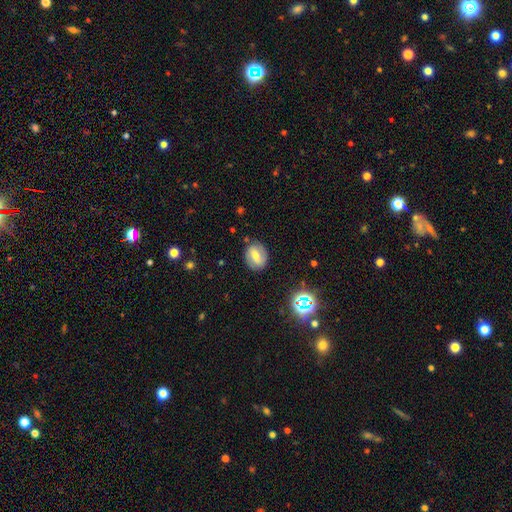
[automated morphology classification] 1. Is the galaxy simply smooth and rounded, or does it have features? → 48% featured or disk, 41% smooth, 11% star or artifact.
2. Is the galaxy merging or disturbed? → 82% none, 13% minor disturbance, 4% major disturbance, 2% merger.